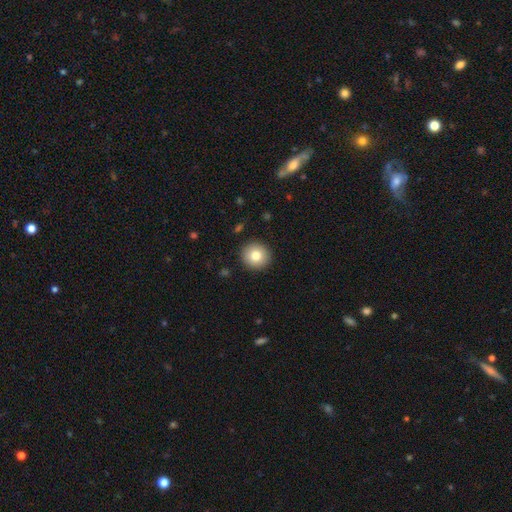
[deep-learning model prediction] A smooth galaxy with no disk features (80%) that is round (93%).

Vote fractions:
- Smooth or featured? smooth: 80% / featured or disk: 11% / star or artifact: 9%
- How rounded? round: 93% / in between: 6% / cigar-shaped: 1%
- Merging? none: 92% / minor disturbance: 5% / major disturbance: 2% / merger: 1%